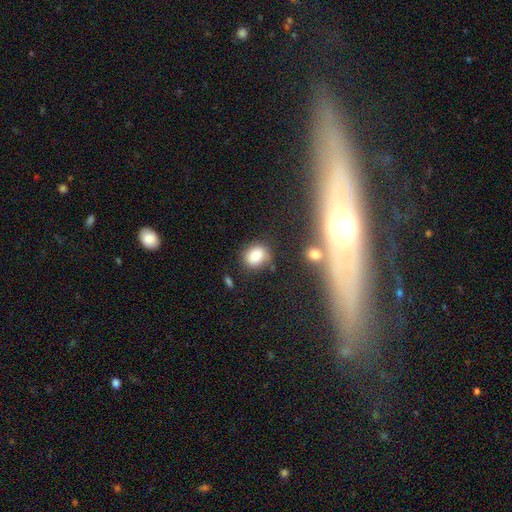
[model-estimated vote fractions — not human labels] A smooth galaxy with no disk features (82%) that is round (52%).

Vote fractions:
- Smooth or featured? smooth: 82% / star or artifact: 11% / featured or disk: 7%
- How rounded? round: 52% / in between: 47% / cigar-shaped: 1%
- Merging? none: 67% / minor disturbance: 20% / merger: 7% / major disturbance: 6%